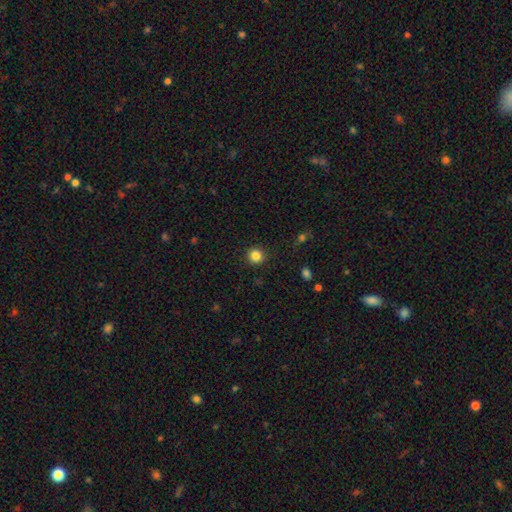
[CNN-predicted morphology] Smooth or featured? Predicted: smooth (p=0.85). How rounded? Predicted: round (p=0.93). Merging? Predicted: none (p=0.92).